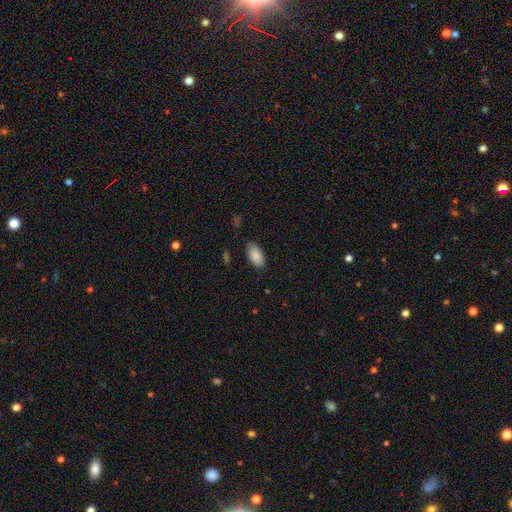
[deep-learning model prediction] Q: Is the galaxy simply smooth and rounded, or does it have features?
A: smooth — 88%.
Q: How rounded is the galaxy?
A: in between — 95%.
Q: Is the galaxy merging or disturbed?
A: none — 83%.